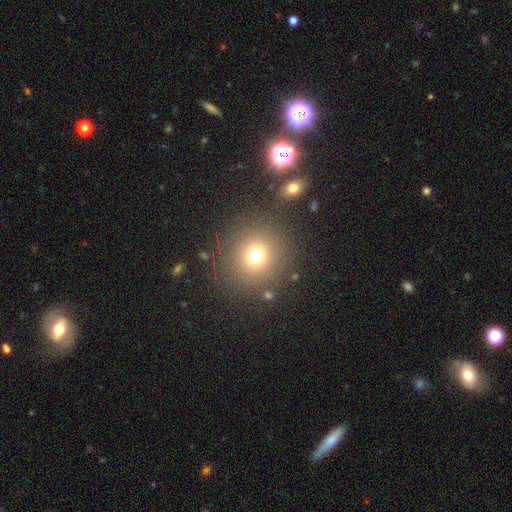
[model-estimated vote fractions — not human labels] Smooth or featured: smooth — 72% (star or artifact — 18%)
How rounded: round — 91% (in between — 8%)
Merging: none — 84% (minor disturbance — 7%)